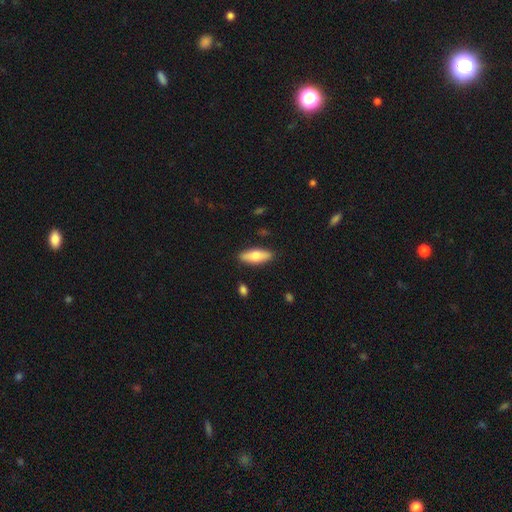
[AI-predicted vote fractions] smooth-or-featured: smooth: 67% | featured or disk: 27% | star or artifact: 6%
  how-rounded: in between: 61% | cigar-shaped: 37% | round: 2%
  merging: none: 88% | minor disturbance: 9% | major disturbance: 2% | merger: 1%